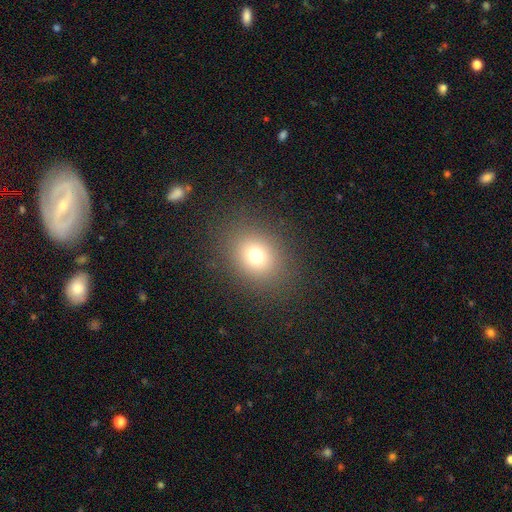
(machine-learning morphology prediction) smooth_or_featured: smooth (p=0.72) [alt: star or artifact p=0.18]
how_rounded: round (p=0.62) [alt: in between p=0.37]
merging: none (p=0.86) [alt: minor disturbance p=0.08]